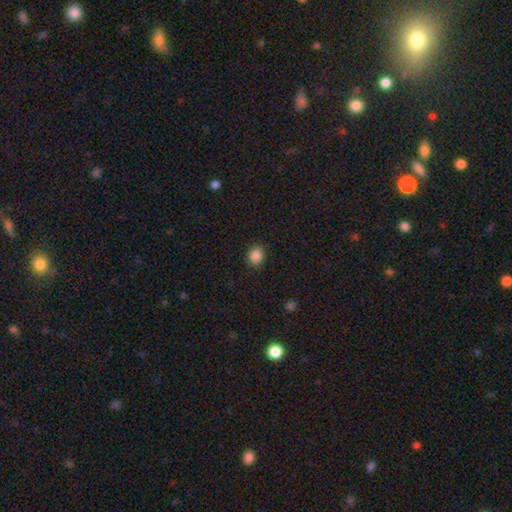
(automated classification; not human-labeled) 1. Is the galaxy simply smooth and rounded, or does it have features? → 87% smooth, 10% star or artifact, 3% featured or disk.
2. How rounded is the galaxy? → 64% round, 35% in between, 1% cigar-shaped.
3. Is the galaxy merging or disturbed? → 88% none, 8% minor disturbance, 2% major disturbance, 1% merger.